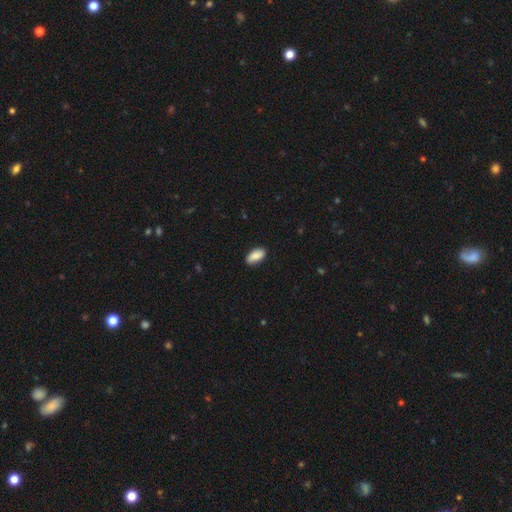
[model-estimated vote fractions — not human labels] Smooth or featured? Predicted: smooth (p=0.85). How rounded? Predicted: in between (p=0.90). Merging? Predicted: none (p=0.84).